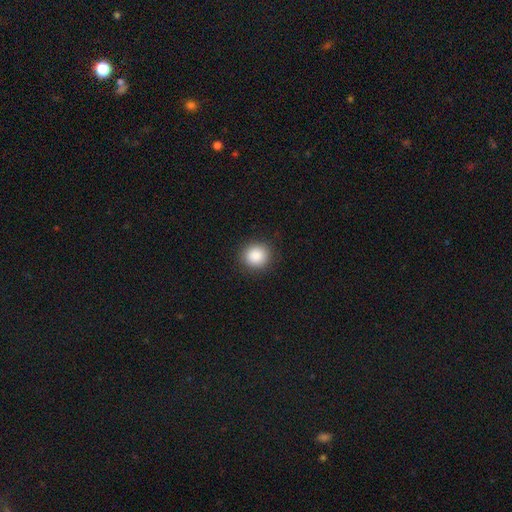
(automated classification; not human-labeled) Smooth or featured? smooth (88%)
How rounded? round (87%)
Merging? none (90%)